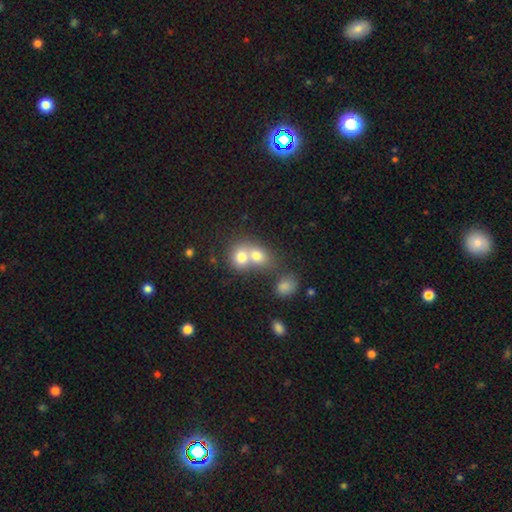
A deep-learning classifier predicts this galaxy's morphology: A smooth galaxy with no disk features (72%) that is round (64%).

Vote fractions:
- Smooth or featured? smooth: 72% / featured or disk: 17% / star or artifact: 11%
- How rounded? round: 64% / in between: 35% / cigar-shaped: 1%
- Merging? merger: 69% / none: 23% / minor disturbance: 5% / major disturbance: 3%